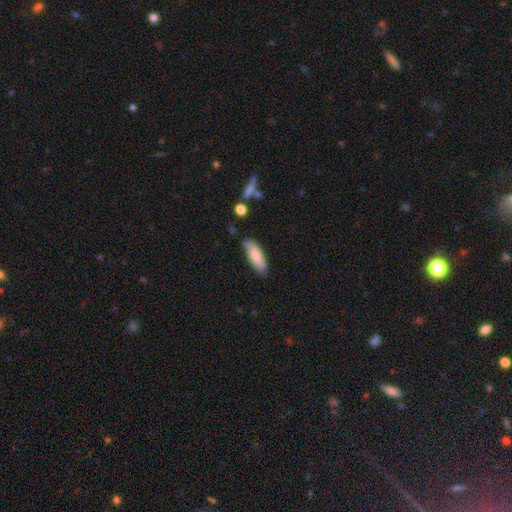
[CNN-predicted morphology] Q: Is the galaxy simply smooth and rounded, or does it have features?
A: smooth — 77%.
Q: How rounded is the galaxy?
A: in between — 64%.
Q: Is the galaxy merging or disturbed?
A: none — 73%.